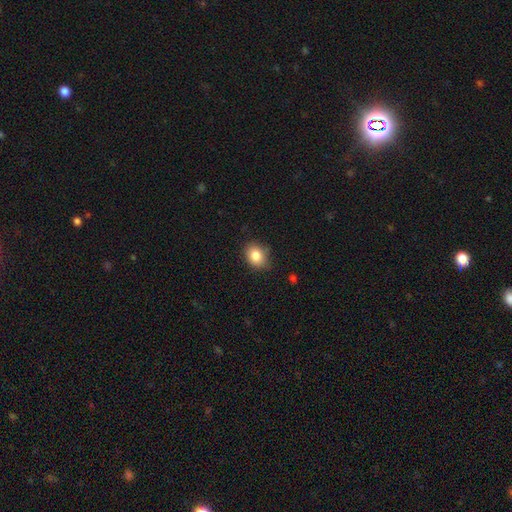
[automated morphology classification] smooth-or-featured: smooth: 85% | star or artifact: 9% | featured or disk: 6%
  how-rounded: in between: 53% | round: 46% | cigar-shaped: 1%
  merging: none: 78% | minor disturbance: 17% | major disturbance: 3% | merger: 1%